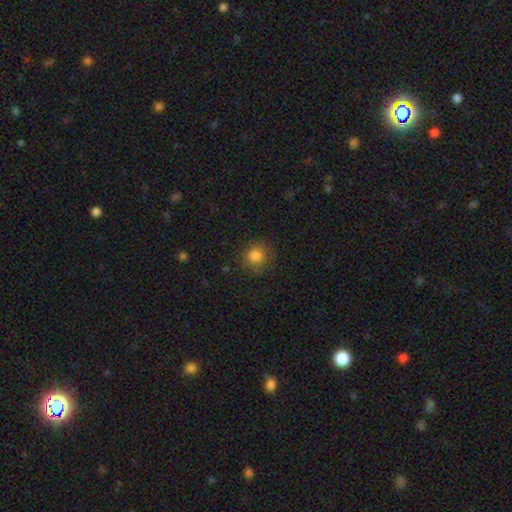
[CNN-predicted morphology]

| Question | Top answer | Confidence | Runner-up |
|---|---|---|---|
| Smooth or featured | smooth | 83% | star or artifact (12%) |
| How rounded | round | 89% | in between (10%) |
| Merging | none | 85% | minor disturbance (11%) |